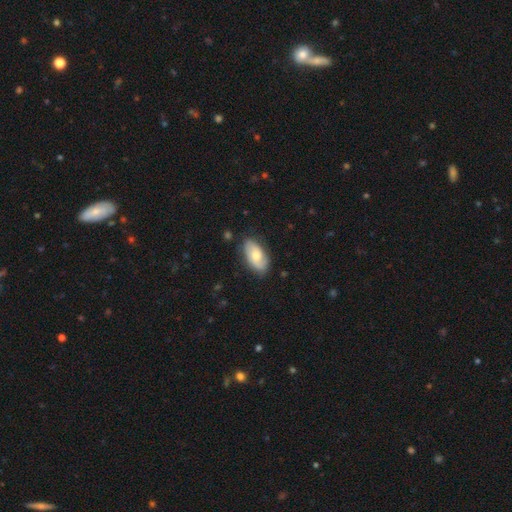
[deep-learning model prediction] Smooth or featured? Predicted: smooth (p=0.51). How rounded? Predicted: in between (p=0.93). Merging? Predicted: none (p=0.76).